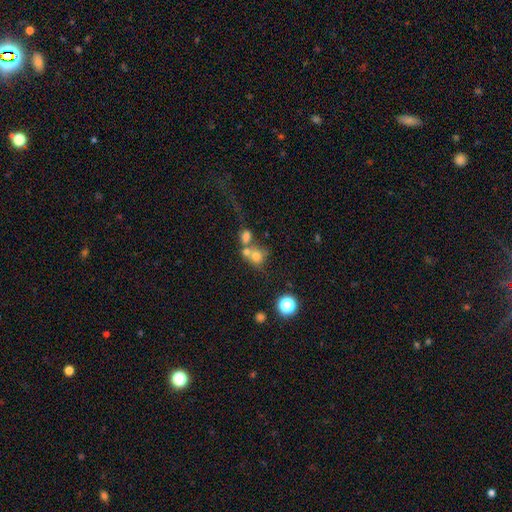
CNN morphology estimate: Smooth or featured: smooth — 68% (featured or disk — 17%)
How rounded: round — 74% (in between — 24%)
Merging: merger — 53% (none — 31%)